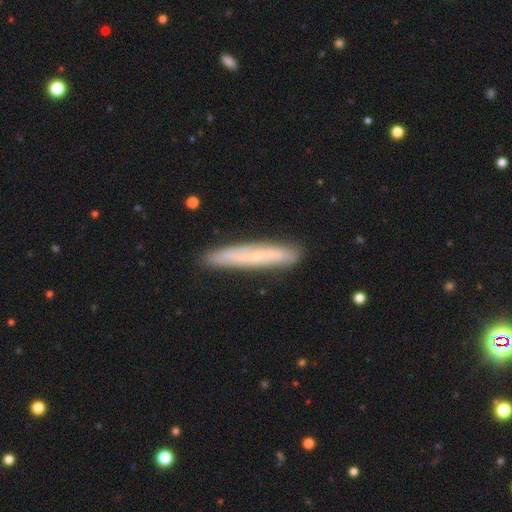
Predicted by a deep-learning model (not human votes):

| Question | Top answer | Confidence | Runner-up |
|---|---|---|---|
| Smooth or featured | featured or disk | 48% | smooth (46%) |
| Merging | none | 85% | minor disturbance (11%) |